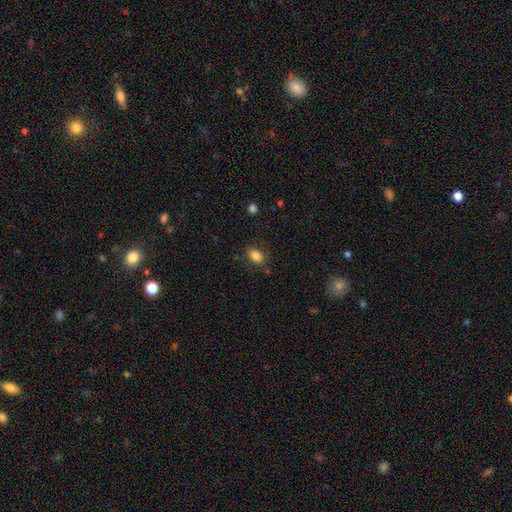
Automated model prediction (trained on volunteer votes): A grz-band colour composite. It shows a smooth galaxy with no disk features (84%) that is in between round and cigar-shaped (80%). Merging: none (81%).